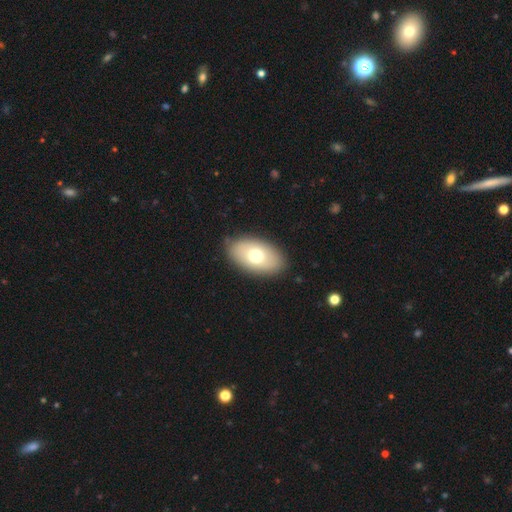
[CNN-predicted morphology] A smooth galaxy with no disk features (69%) that is in between round and cigar-shaped (92%). Merging: none (86%).